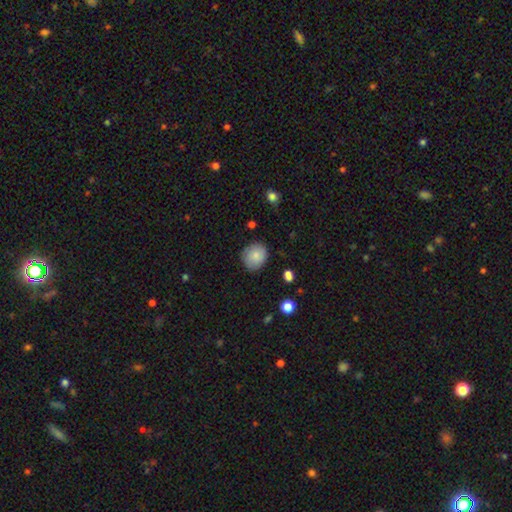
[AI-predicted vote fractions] This is clearly a smooth galaxy (83%). How rounded: likely round (75%). Merging: clearly none (81%).